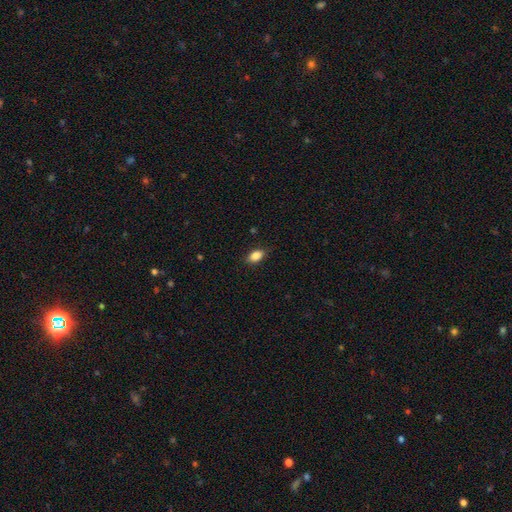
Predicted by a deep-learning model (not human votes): smooth-or-featured: smooth: 86% | star or artifact: 8% | featured or disk: 6%
  how-rounded: in between: 88% | round: 8% | cigar-shaped: 4%
  merging: none: 85% | minor disturbance: 12% | major disturbance: 3% | merger: 1%